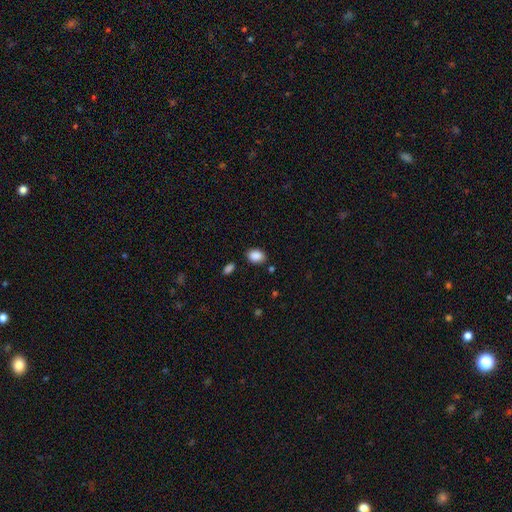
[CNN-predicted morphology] smooth_or_featured: smooth (p=0.88) [alt: star or artifact p=0.08]
how_rounded: in between (p=0.75) [alt: round p=0.24]
merging: none (p=0.83) [alt: minor disturbance p=0.11]